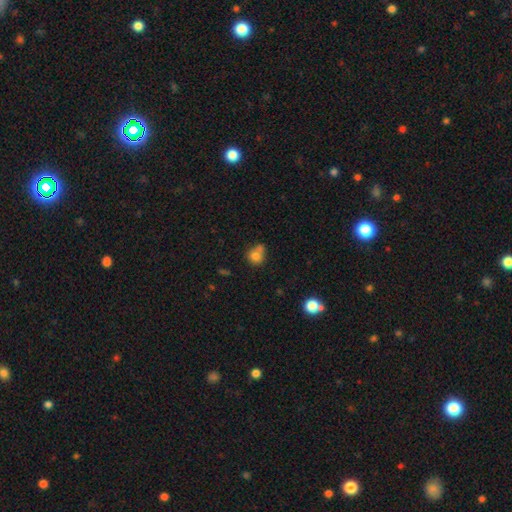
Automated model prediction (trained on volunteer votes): A smooth galaxy with no disk features (77%) that is round (81%). Merging: none (45%).